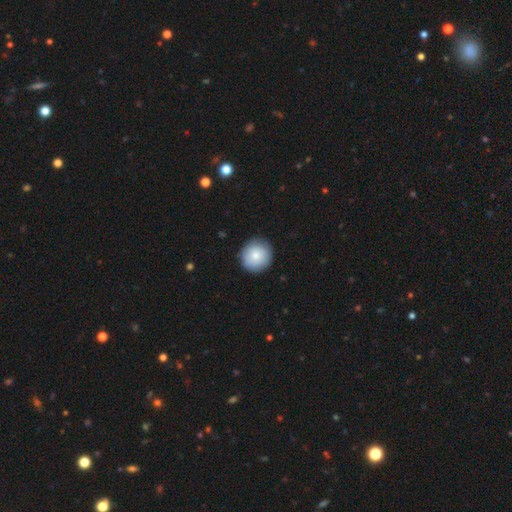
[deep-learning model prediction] This appears to be a smooth galaxy with no disk features (82%) that is round (93%). Merging: none (88%).